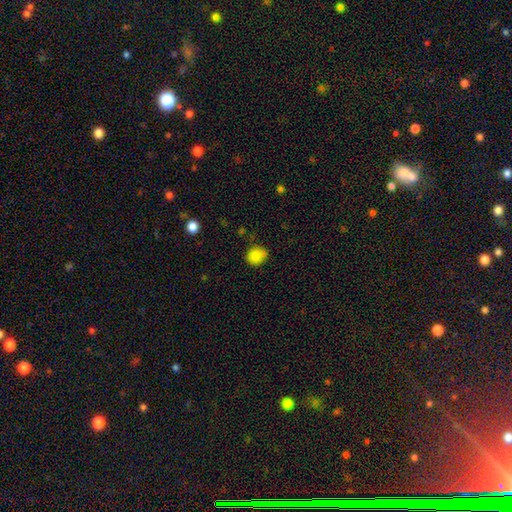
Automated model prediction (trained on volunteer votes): A smooth galaxy with no disk features (86%) that is round (76%). Merging: none (75%).